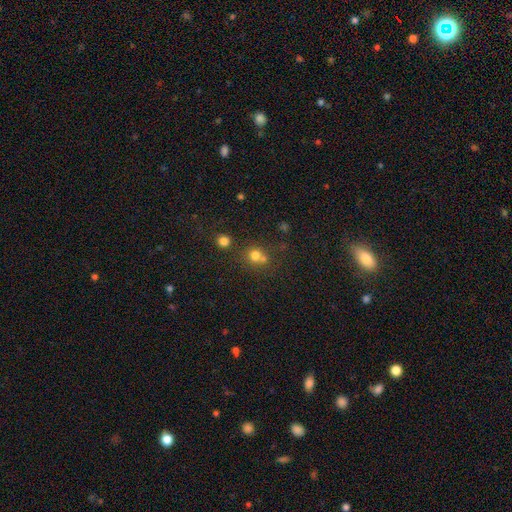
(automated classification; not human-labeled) smooth-or-featured: smooth: 73% | star or artifact: 17% | featured or disk: 10%
  how-rounded: round: 87% | in between: 12% | cigar-shaped: 1%
  merging: none: 54% | merger: 35% | minor disturbance: 8% | major disturbance: 3%